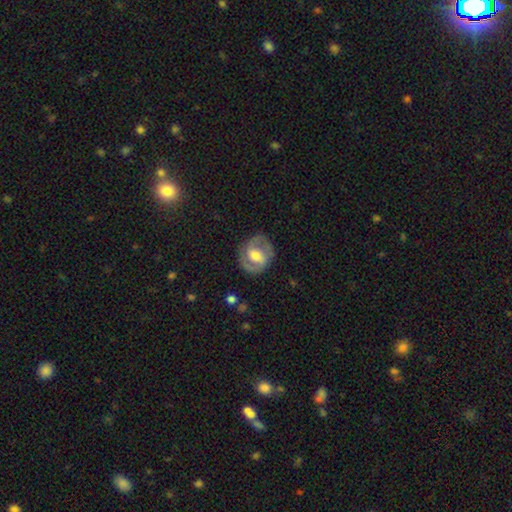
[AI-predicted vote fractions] Q: Smooth or featured?
A: featured or disk (67%); runner-up: smooth (27%)
Q: Edge-on disk?
A: no (96%); runner-up: yes (4%)
Q: Bar?
A: weak (46%); runner-up: no (27%)
Q: Spiral arms?
A: yes (77%); runner-up: no (23%)
Q: Bulge size?
A: moderate (62%); runner-up: large (18%)
Q: Merging?
A: none (78%); runner-up: minor disturbance (14%)